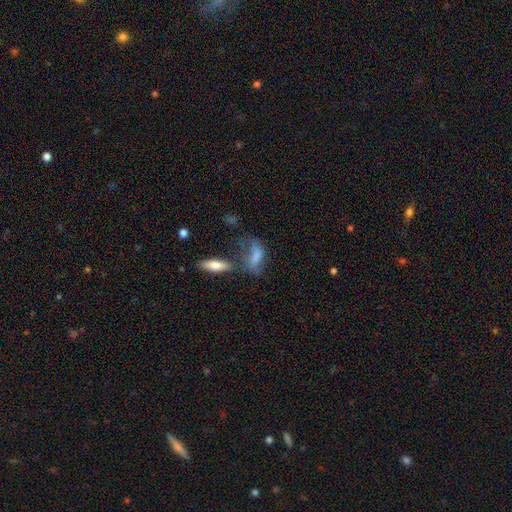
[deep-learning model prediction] A smooth galaxy with no disk features (65%) that is in between round and cigar-shaped (68%). Merging: none (30%).